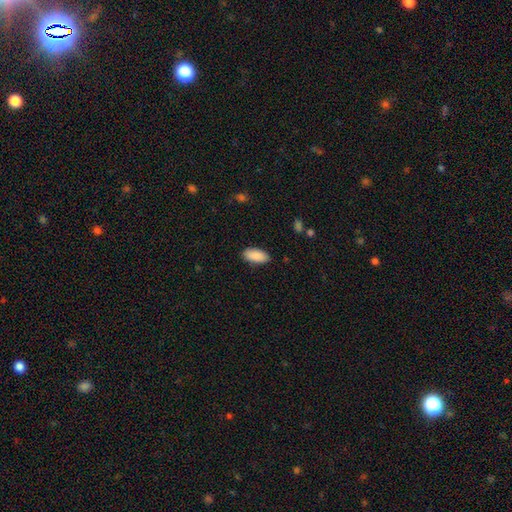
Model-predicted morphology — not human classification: The model was most divided on "merging": none: 87%, minor disturbance: 9%, major disturbance: 2%, merger: 1%. More confident: how rounded — in between (91%); smooth or featured — smooth (91%).